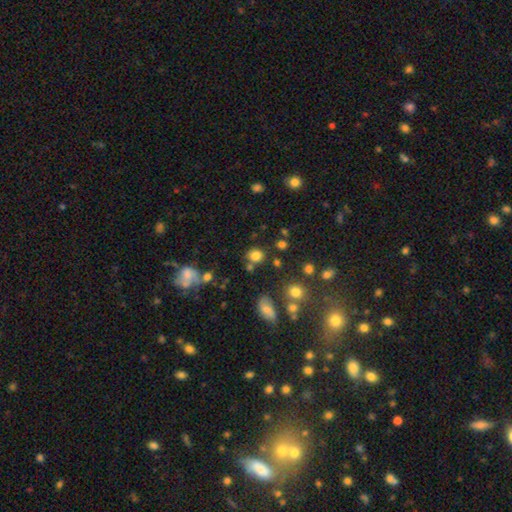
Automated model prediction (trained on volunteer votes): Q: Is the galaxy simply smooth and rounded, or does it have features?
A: smooth — 80%.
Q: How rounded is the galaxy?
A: round — 78%.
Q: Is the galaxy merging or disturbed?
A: none — 72%.